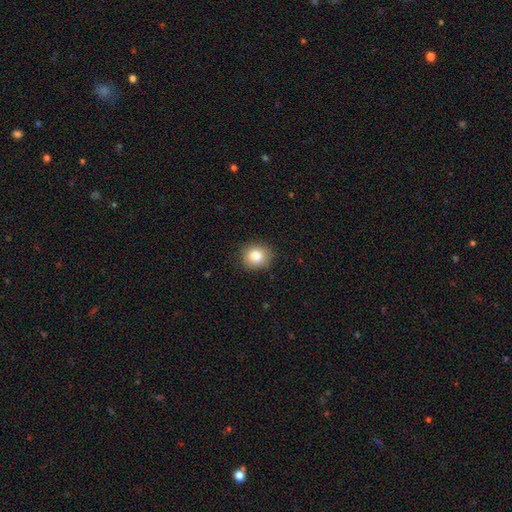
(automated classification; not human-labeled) This appears to be a smooth galaxy with no disk features (83%) that is round (79%). Merging: none (86%).